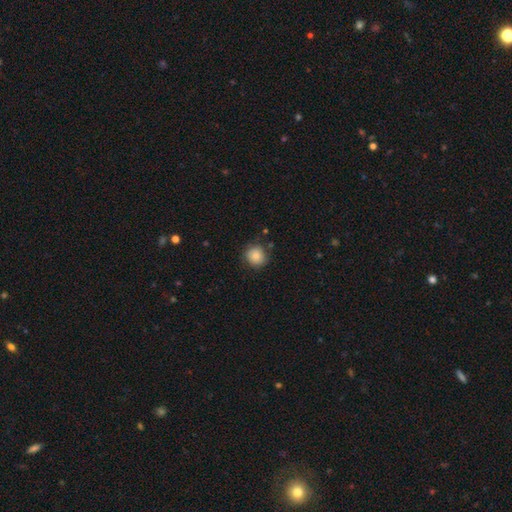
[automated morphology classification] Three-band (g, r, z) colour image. It shows a smooth galaxy with no disk features (84%) that is round (88%). Merging: none (79%).